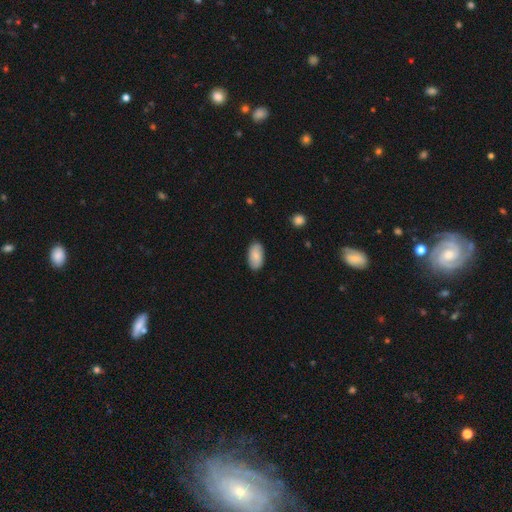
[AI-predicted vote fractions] A smooth galaxy with no disk features (82%) that is in between round and cigar-shaped (95%). Merging: none (86%).